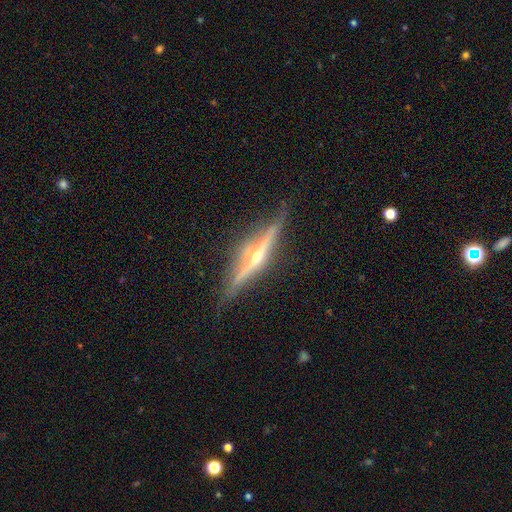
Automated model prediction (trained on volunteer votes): A featured or disk galaxy (84%) viewed edge-on (97%) with a rounded central bulge (91%). Merging: none (84%).